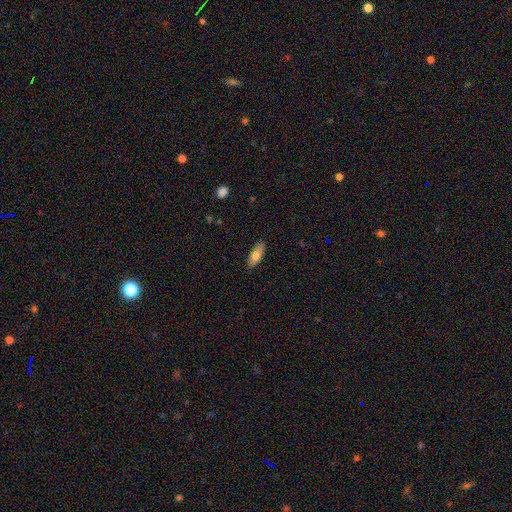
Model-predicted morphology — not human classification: A smooth galaxy with no disk features (73%) that is in between round and cigar-shaped (76%).

Vote fractions:
- Smooth or featured? smooth: 73% / featured or disk: 21% / star or artifact: 6%
- How rounded? in between: 76% / cigar-shaped: 21% / round: 2%
- Merging? none: 86% / minor disturbance: 11% / major disturbance: 2% / merger: 1%